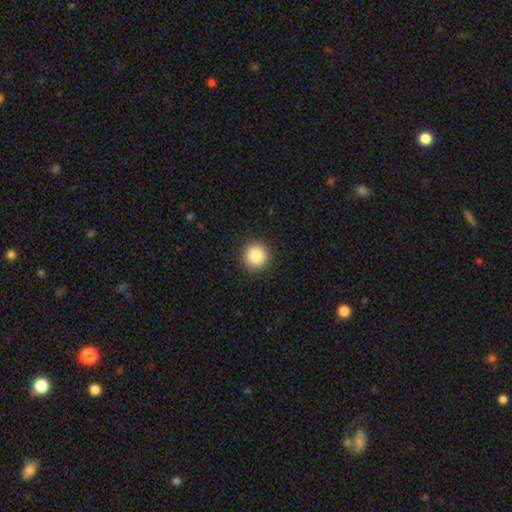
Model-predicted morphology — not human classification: Smooth or featured? Predicted: smooth (p=0.86). How rounded? Predicted: round (p=0.95). Merging? Predicted: none (p=0.92).